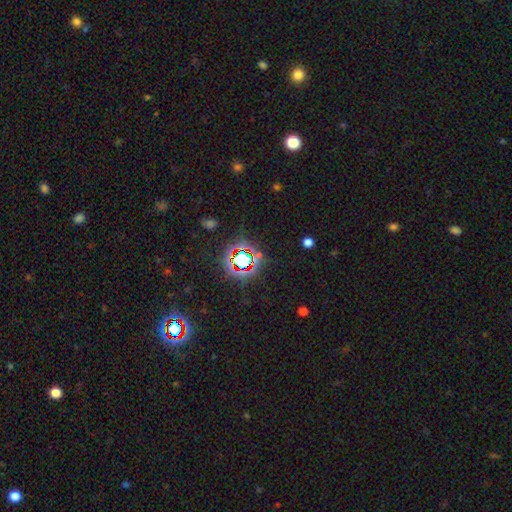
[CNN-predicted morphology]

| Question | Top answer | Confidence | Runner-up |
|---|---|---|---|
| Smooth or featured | star or artifact | 77% | smooth (15%) |